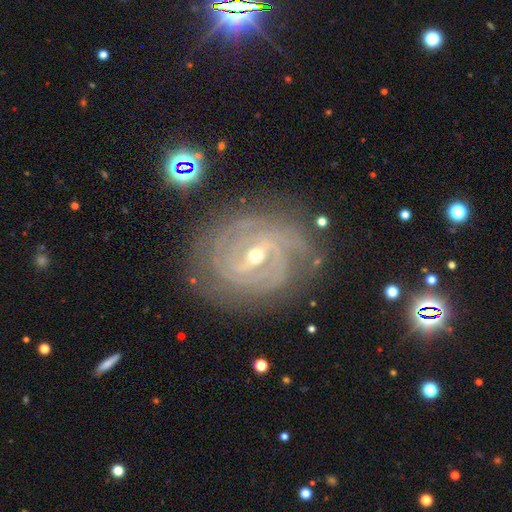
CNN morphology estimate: smooth_or_featured: featured or disk (p=0.88) [alt: star or artifact p=0.07]
disk_edge_on: no (p=0.96) [alt: yes p=0.04]
bar: weak (p=0.46) [alt: strong p=0.39]
has_spiral_arms: yes (p=0.97) [alt: no p=0.03]
spiral_winding: tight (p=0.76) [alt: medium p=0.20]
spiral_arm_count: can't tell (p=0.27) [alt: 2 p=0.19]
bulge_size: small (p=0.53) [alt: moderate p=0.44]
merging: none (p=0.78) [alt: minor disturbance p=0.14]